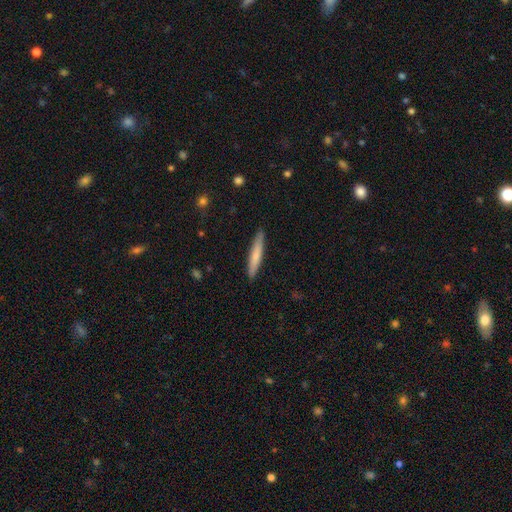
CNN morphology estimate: type=smooth (70%); roundness=cigar-shaped (94%); merging=none (90%).